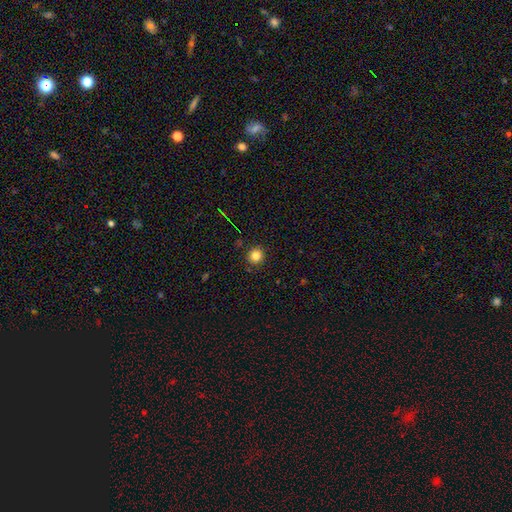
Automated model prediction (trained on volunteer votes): A smooth galaxy with no disk features (82%) that is round (93%).

Vote fractions:
- Smooth or featured? smooth: 82% / star or artifact: 13% / featured or disk: 5%
- How rounded? round: 93% / in between: 6% / cigar-shaped: 1%
- Merging? none: 91% / minor disturbance: 6% / major disturbance: 2% / merger: 2%